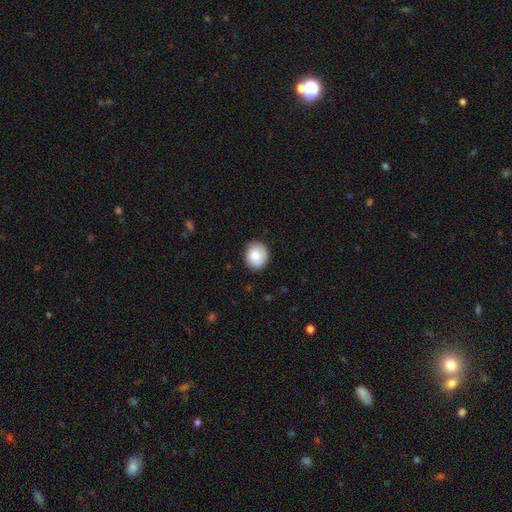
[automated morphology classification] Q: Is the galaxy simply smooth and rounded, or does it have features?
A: smooth — 81%.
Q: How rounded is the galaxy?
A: round — 72%.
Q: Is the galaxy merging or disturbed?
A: none — 81%.